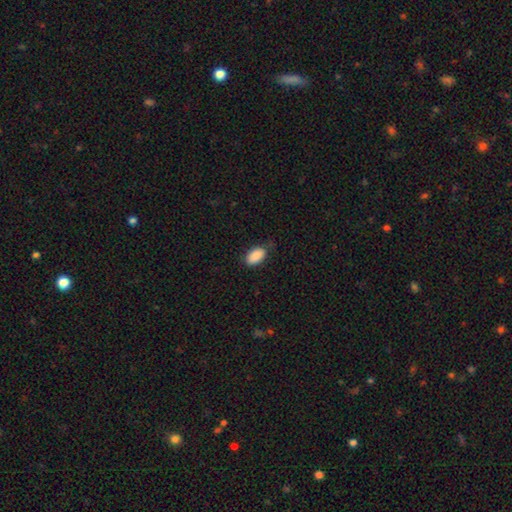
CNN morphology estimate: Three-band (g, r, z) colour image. It shows a smooth galaxy with no disk features (89%) that is in between round and cigar-shaped (94%). Merging: none (72%).